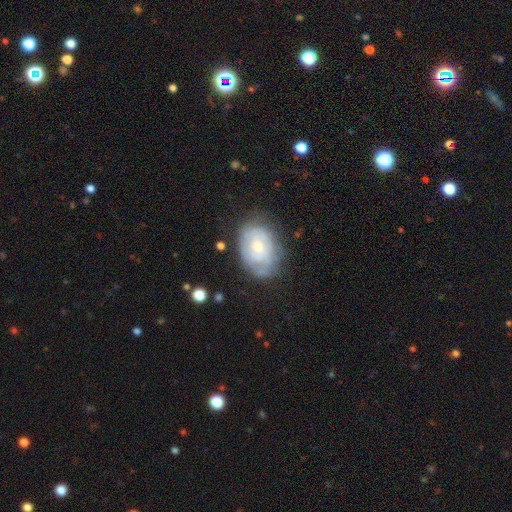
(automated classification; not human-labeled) A featured or disk galaxy (63%) with no bar (80%), spiral arms (67%) and a small central bulge (51%).

Vote fractions:
- Smooth or featured? featured or disk: 63% / smooth: 30% / star or artifact: 7%
- Edge-on disk? no: 96% / yes: 4%
- Bar? no: 80% / weak: 17% / strong: 2%
- Spiral arms? yes: 67% / no: 33%
- Bulge size? small: 51% / moderate: 43% / large: 3% / none: 2% / dominant: 1%
- Merging? none: 59% / minor disturbance: 26% / major disturbance: 12% / merger: 2%